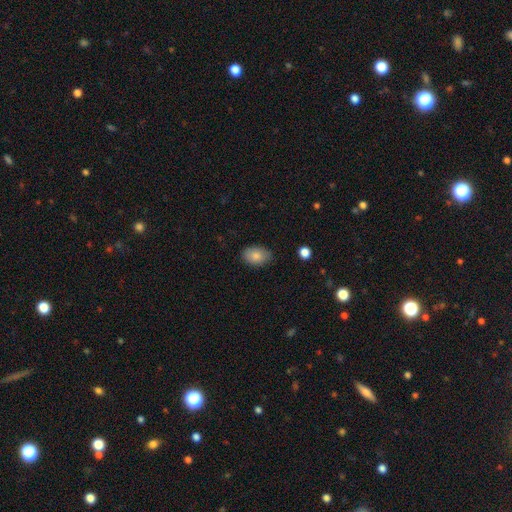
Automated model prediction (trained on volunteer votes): Smooth or featured? Predicted: smooth (p=0.84). How rounded? Predicted: in between (p=0.87). Merging? Predicted: none (p=0.80).